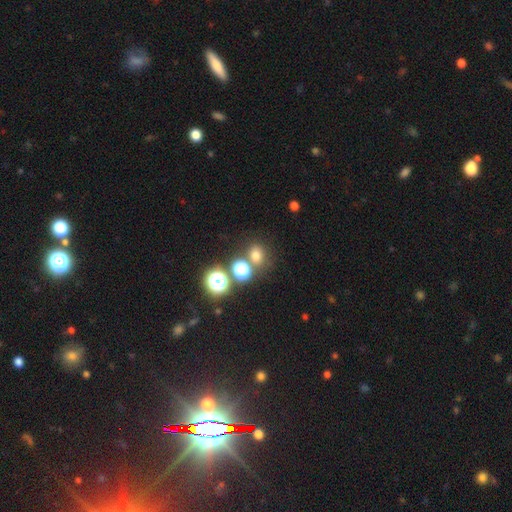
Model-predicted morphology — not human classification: Smooth or featured: smooth — 68% (star or artifact — 25%)
How rounded: round — 72% (in between — 27%)
Merging: none — 72% (merger — 14%)